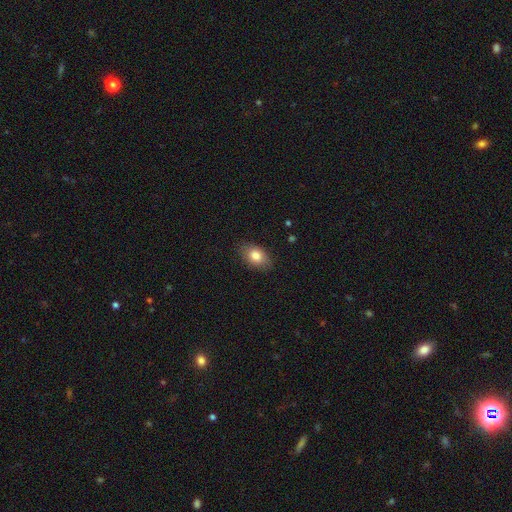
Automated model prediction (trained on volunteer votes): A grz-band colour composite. It shows a smooth galaxy with no disk features (81%) that is in between round and cigar-shaped (86%). Merging: none (83%).